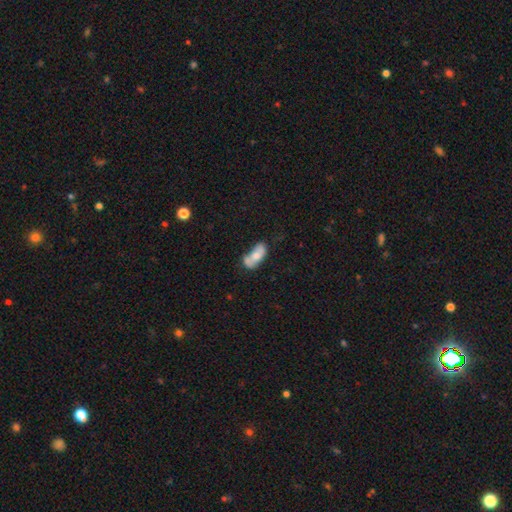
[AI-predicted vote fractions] smooth 62%, featured or disk 30%, star or artifact 8%. Down the decision tree: how rounded — in between (85%); merging — merger (37%).